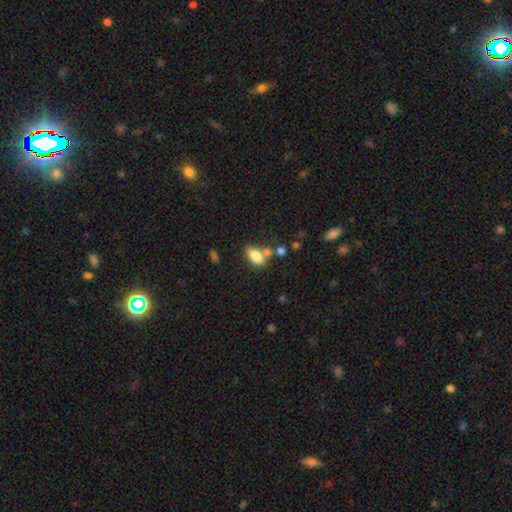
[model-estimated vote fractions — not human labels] This appears to be a smooth galaxy with no disk features (80%) that is in between round and cigar-shaped (87%). Merging: none (52%).